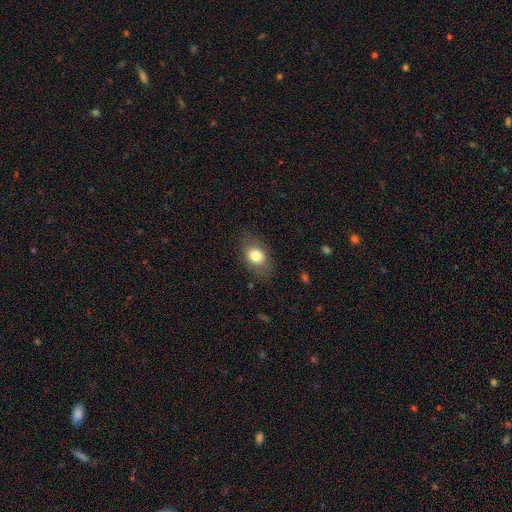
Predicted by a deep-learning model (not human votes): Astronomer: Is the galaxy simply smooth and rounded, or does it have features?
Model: smooth — 79%.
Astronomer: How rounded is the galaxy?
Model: in between — 73%.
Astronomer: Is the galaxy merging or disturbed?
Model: none — 77%.